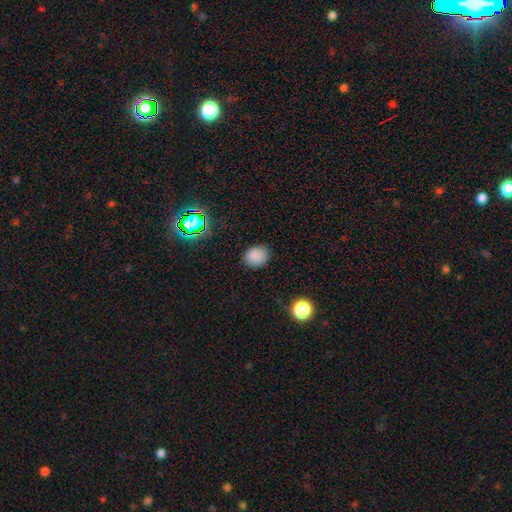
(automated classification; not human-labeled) Q: Smooth or featured?
A: smooth (83%); runner-up: star or artifact (13%)
Q: How rounded?
A: round (51%); runner-up: in between (49%)
Q: Merging?
A: none (85%); runner-up: minor disturbance (11%)